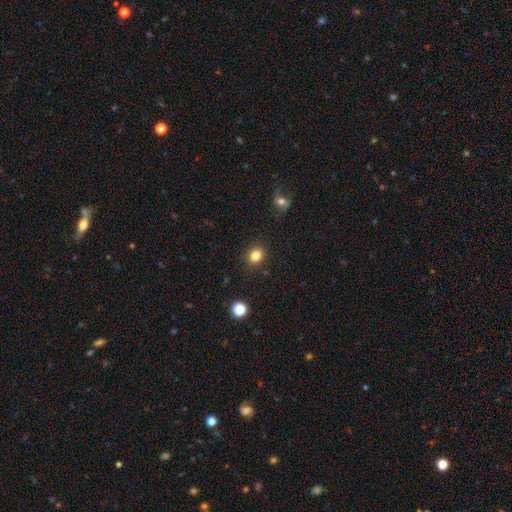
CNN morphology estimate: The model was most divided on "how rounded": round: 74%, in between: 25%, cigar-shaped: 1%. More confident: merging — none (88%); smooth or featured — smooth (83%).